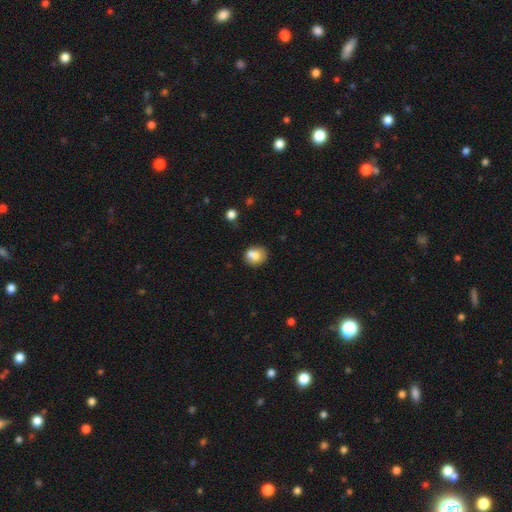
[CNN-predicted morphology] Overall: smooth (75%). How rounded: round (71%). Merging: none (53%; merger 27%).